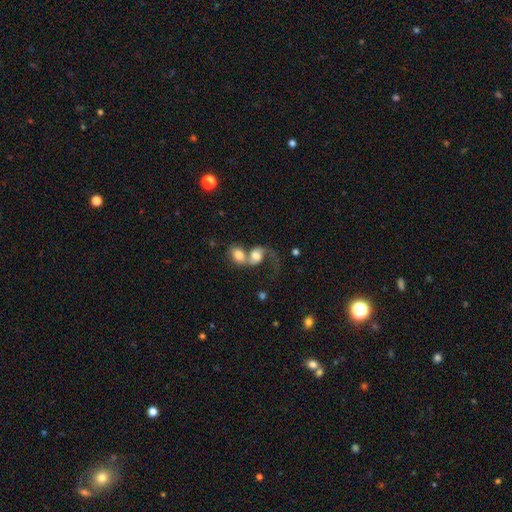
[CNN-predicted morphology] Smooth or featured? smooth (55%)
How rounded? in between (50%)
Merging? merger (77%)